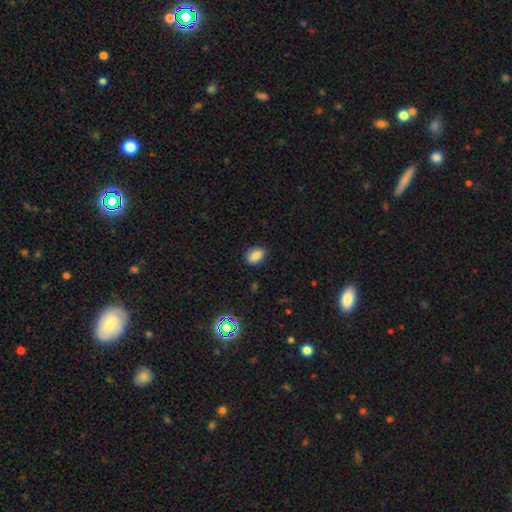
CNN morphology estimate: Overall: smooth (84%). How rounded: in between (84%). Merging: none (84%).